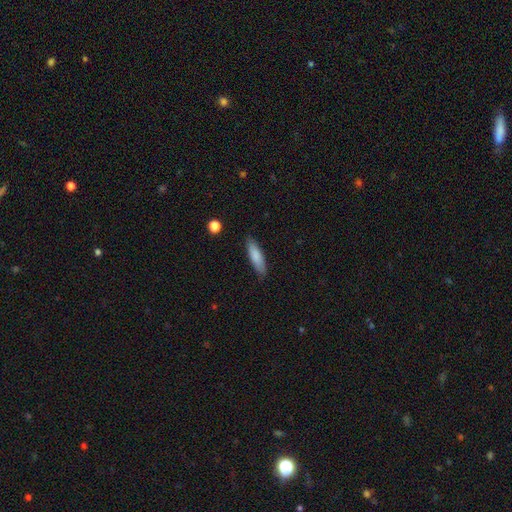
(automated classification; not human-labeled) Smooth or featured?
  - smooth: 82% *
  - featured or disk: 12%
  - star or artifact: 6%
How rounded?
  - cigar-shaped: 61% *
  - in between: 38%
  - round: 2%
Merging?
  - none: 85% *
  - minor disturbance: 11%
  - major disturbance: 2%
  - merger: 1%